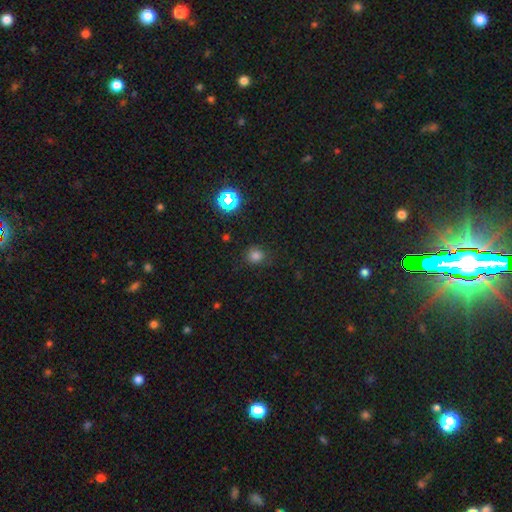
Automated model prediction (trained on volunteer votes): Smooth or featured?
  - smooth: 75% *
  - star or artifact: 20%
  - featured or disk: 5%
How rounded?
  - round: 81% *
  - in between: 18%
  - cigar-shaped: 1%
Merging?
  - none: 81% *
  - minor disturbance: 13%
  - major disturbance: 4%
  - merger: 1%